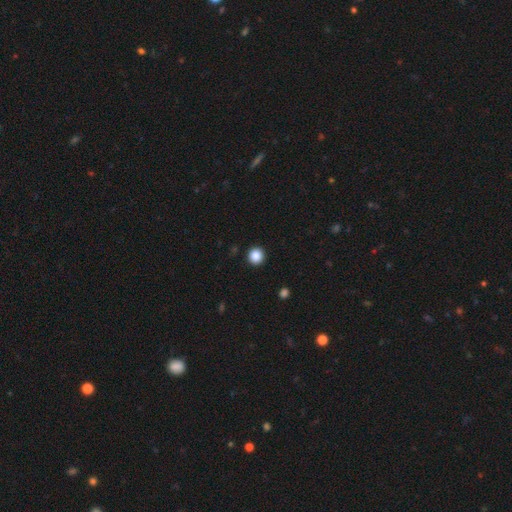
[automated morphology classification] A smooth galaxy with no disk features (86%) that is round (95%). Merging: none (93%).